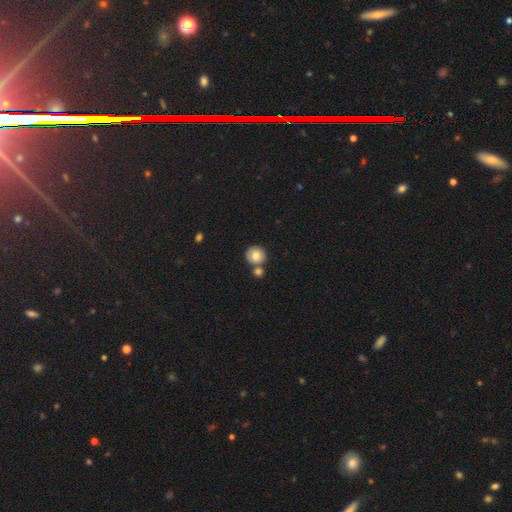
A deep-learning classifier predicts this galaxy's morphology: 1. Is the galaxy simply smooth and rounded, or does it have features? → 77% smooth, 14% featured or disk, 8% star or artifact.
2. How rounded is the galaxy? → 90% round, 9% in between, 1% cigar-shaped.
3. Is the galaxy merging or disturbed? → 67% none, 22% merger, 9% minor disturbance, 3% major disturbance.